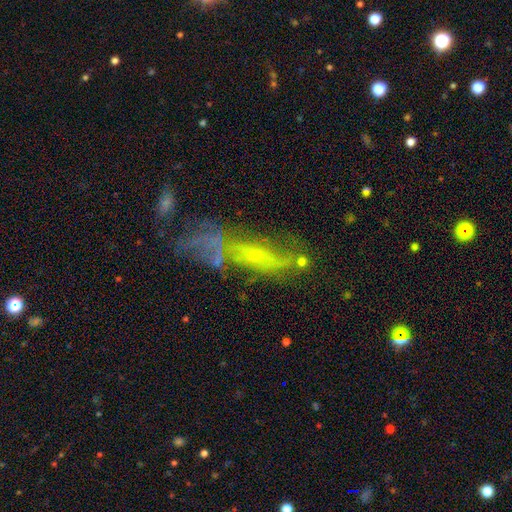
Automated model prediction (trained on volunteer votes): smooth-or-featured: featured or disk: 54% | smooth: 29% | star or artifact: 17%
  disk-edge-on: no: 67% | yes: 33%
  merging: none: 37% | major disturbance: 24% | merger: 20% | minor disturbance: 18%